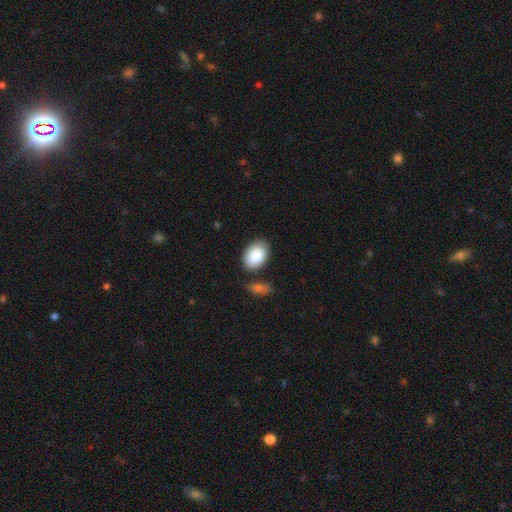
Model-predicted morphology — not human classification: type=smooth (89%); roundness=in between (88%); merging=none (75%).